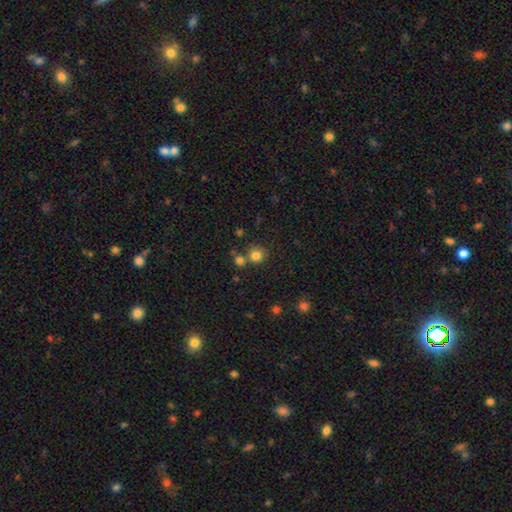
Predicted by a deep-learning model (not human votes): smooth_or_featured: smooth (p=0.81) [alt: star or artifact p=0.13]
how_rounded: round (p=0.90) [alt: in between p=0.09]
merging: none (p=0.67) [alt: merger p=0.22]